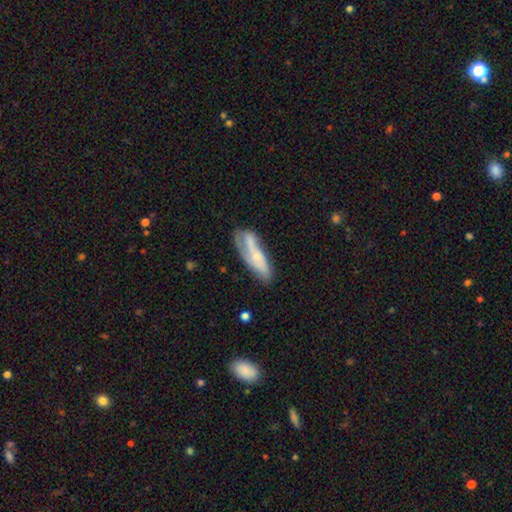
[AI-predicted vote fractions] Smooth or featured? Predicted: featured or disk (p=0.52). Edge-on disk? Predicted: no (p=0.75). Merging? Predicted: none (p=0.47).